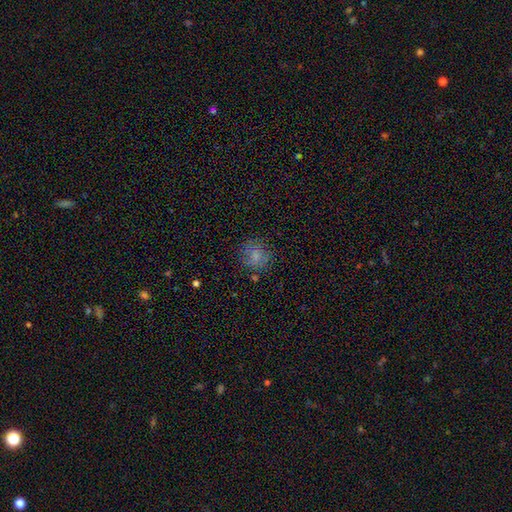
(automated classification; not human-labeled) Q: Smooth or featured?
A: smooth (64%); runner-up: featured or disk (21%)
Q: How rounded?
A: round (81%); runner-up: in between (18%)
Q: Merging?
A: none (72%); runner-up: minor disturbance (17%)